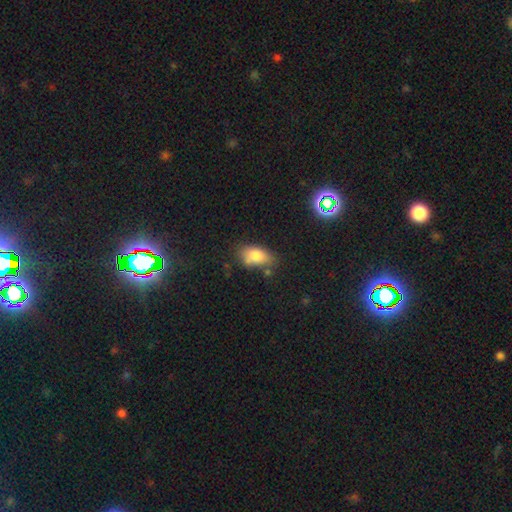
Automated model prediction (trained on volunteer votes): smooth 79%, featured or disk 12%, star or artifact 9%. Down the decision tree: how rounded — in between (88%); merging — none (60%).